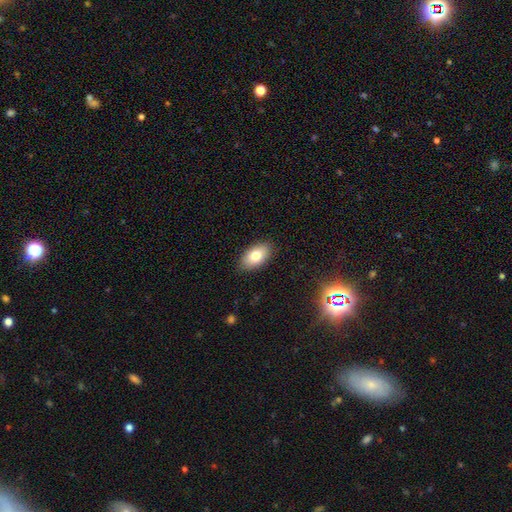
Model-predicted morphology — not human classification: A smooth galaxy with no disk features (78%) that is in between round and cigar-shaped (93%). Merging: none (87%).